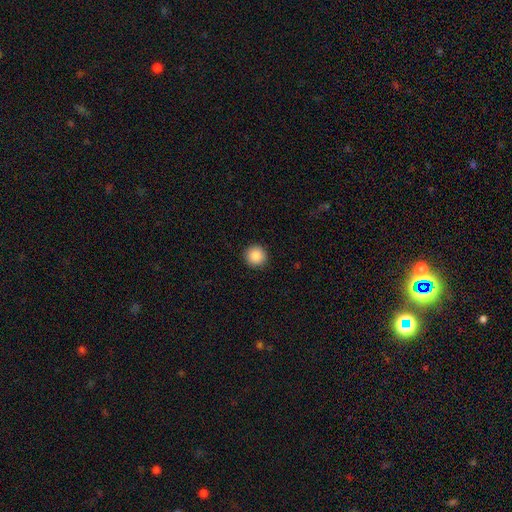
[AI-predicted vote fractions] smooth 88%, star or artifact 8%, featured or disk 3%. Down the decision tree: how rounded — round (95%); merging — none (92%).